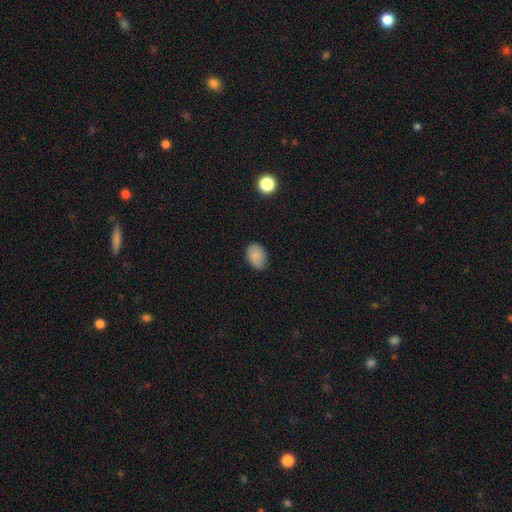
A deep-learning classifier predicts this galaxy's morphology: This is clearly a smooth galaxy (85%). How rounded: clearly in between (82%). Merging: clearly none (80%).